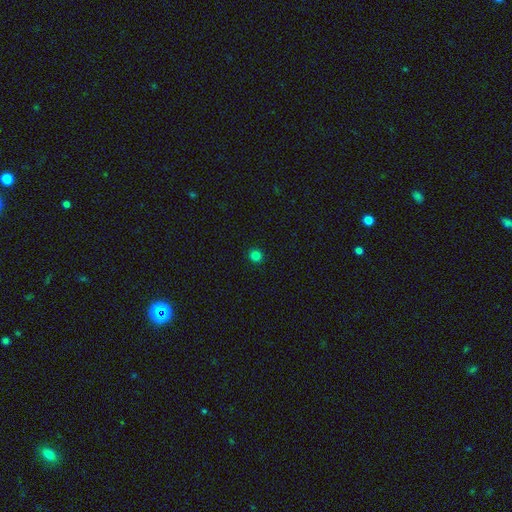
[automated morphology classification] type=smooth (81%); roundness=round (92%); merging=none (93%).